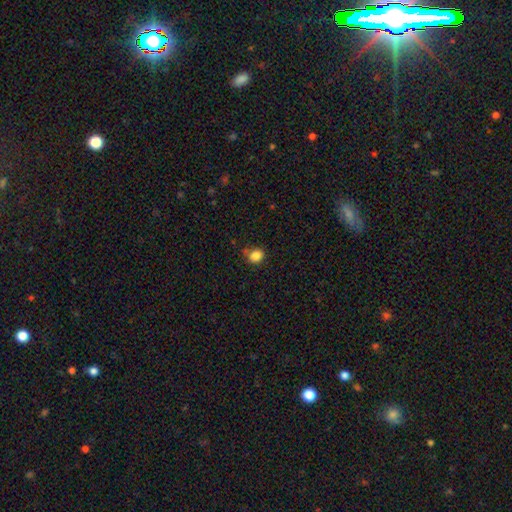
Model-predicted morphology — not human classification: type=smooth (85%); roundness=round (73%); merging=none (68%).